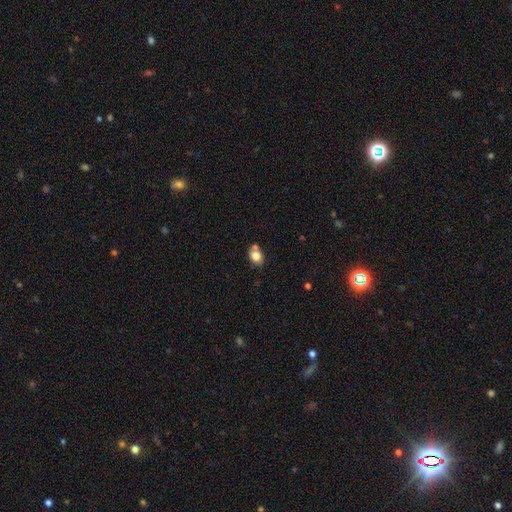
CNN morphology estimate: Smooth or featured?
  - smooth: 78% *
  - featured or disk: 12%
  - star or artifact: 10%
How rounded?
  - in between: 65% *
  - round: 33%
  - cigar-shaped: 1%
Merging?
  - none: 58% *
  - merger: 21%
  - minor disturbance: 17%
  - major disturbance: 4%